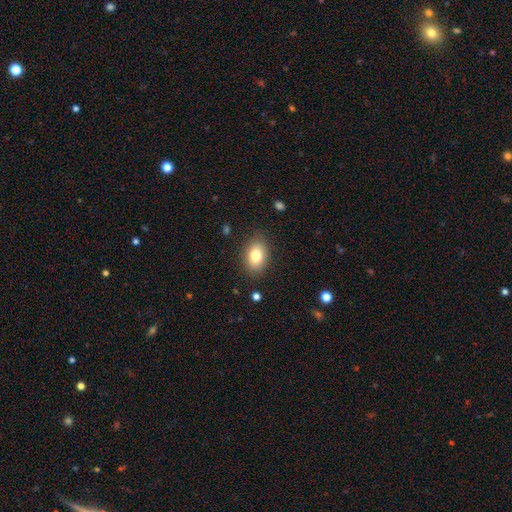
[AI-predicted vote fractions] smooth_or_featured: smooth (p=0.81) [alt: featured or disk p=0.10]
how_rounded: in between (p=0.82) [alt: round p=0.17]
merging: none (p=0.85) [alt: minor disturbance p=0.11]